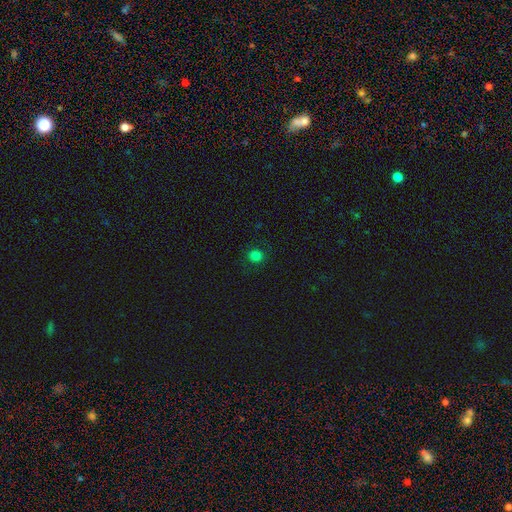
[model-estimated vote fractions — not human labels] A smooth galaxy with no disk features (81%) that is round (88%). Merging: none (88%).